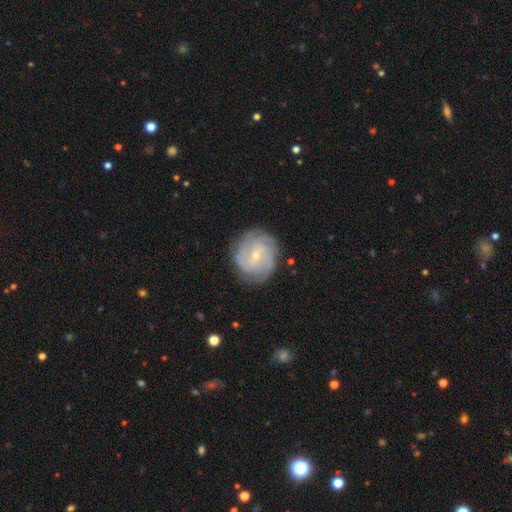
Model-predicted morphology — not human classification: This is likely a featured or disk galaxy (77%). It is clearly not viewed edge-on (97%). Bar: possibly weak (53%). Spiral arm pattern: clearly yes (92%). Spiral arm count: marginally can't tell (35%). Spiral winding: possibly tight (57%). Central bulge: likely small (72%). Merging: likely none (79%).